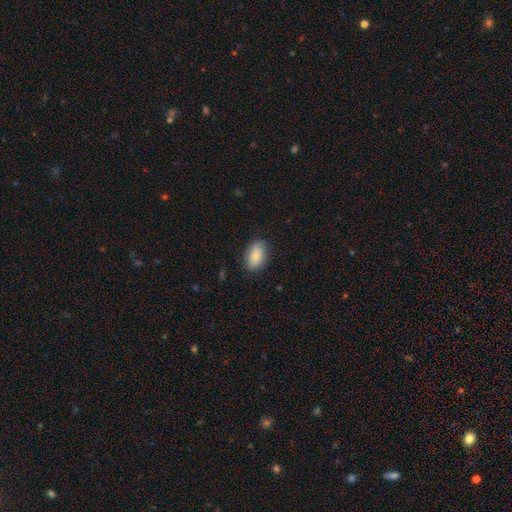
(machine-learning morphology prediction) This is clearly a smooth galaxy (82%). How rounded: clearly in between (91%). Merging: likely none (79%).